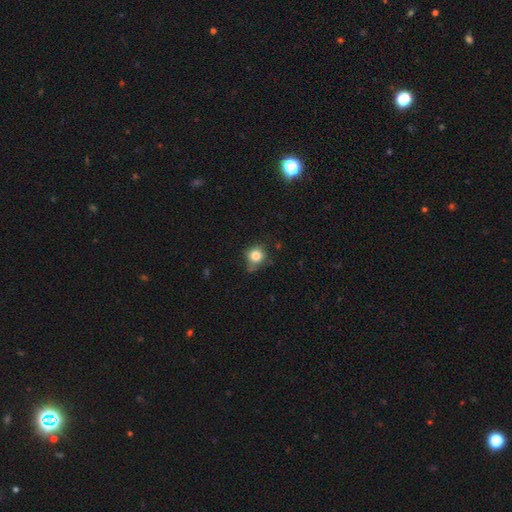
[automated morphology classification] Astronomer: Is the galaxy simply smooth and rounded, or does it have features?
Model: smooth — 81%.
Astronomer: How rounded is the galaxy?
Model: round — 85%.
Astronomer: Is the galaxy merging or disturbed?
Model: none — 65%.